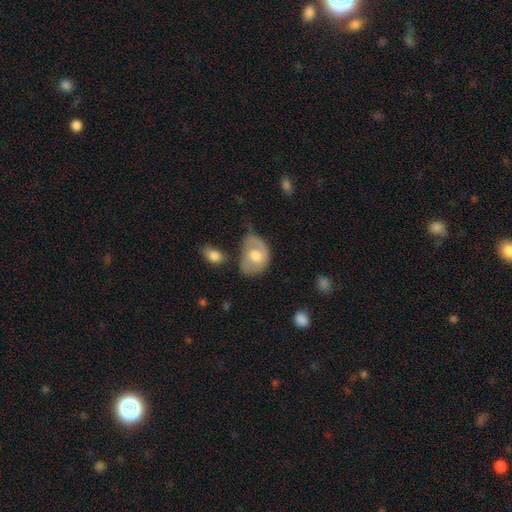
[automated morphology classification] smooth-or-featured: smooth: 48% | featured or disk: 46% | star or artifact: 6%
  merging: none: 37% | minor disturbance: 33% | major disturbance: 22% | merger: 8%